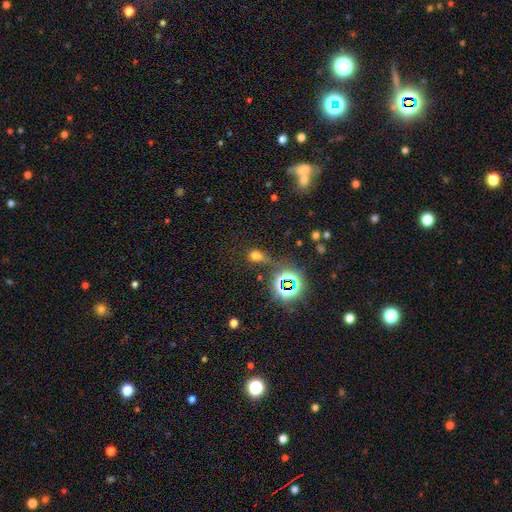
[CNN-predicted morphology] Overall: smooth (56%; star or artifact 34%). How rounded: round (48%, tied with in between). Merging: none (53%; minor disturbance 19%).